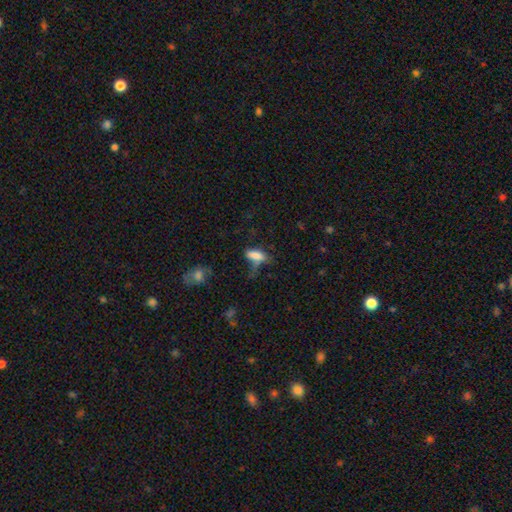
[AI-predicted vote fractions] Smooth or featured?
  - smooth: 77% *
  - featured or disk: 12%
  - star or artifact: 10%
How rounded?
  - in between: 71% *
  - cigar-shaped: 25%
  - round: 3%
Merging?
  - none: 38% *
  - minor disturbance: 28%
  - major disturbance: 22%
  - merger: 12%